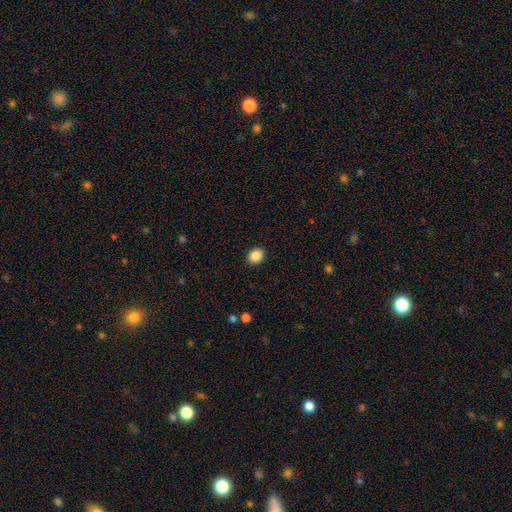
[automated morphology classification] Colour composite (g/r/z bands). It shows a smooth galaxy with no disk features (88%) that is round (52%). Merging: none (91%).